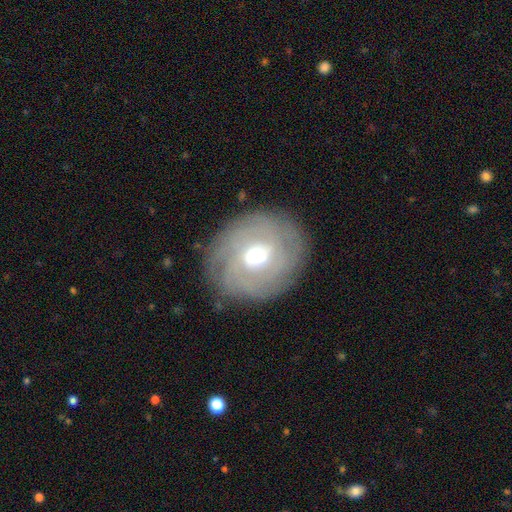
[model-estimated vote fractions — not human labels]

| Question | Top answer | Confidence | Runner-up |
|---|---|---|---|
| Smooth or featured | featured or disk | 72% | smooth (22%) |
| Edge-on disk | no | 96% | yes (4%) |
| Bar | weak | 47% | no (40%) |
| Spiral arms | yes | 83% | no (17%) |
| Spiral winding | tight | 71% | medium (21%) |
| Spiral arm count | can't tell | 51% | 2 (17%) |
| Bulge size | moderate | 63% | small (17%) |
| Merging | none | 81% | minor disturbance (13%) |